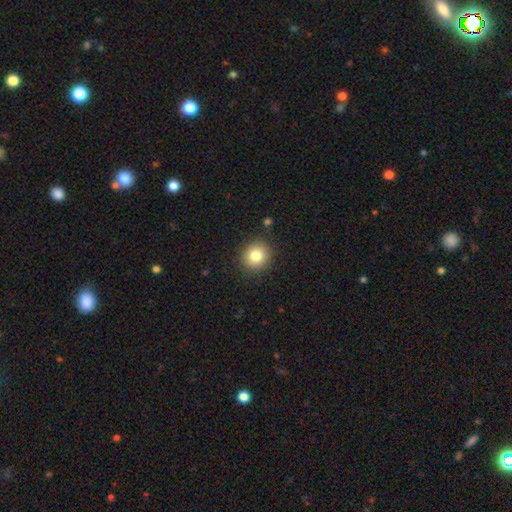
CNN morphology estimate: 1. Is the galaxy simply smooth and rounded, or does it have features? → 82% smooth, 10% star or artifact, 8% featured or disk.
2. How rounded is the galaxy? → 77% round, 22% in between, 1% cigar-shaped.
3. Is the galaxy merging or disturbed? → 87% none, 9% minor disturbance, 3% major disturbance, 2% merger.